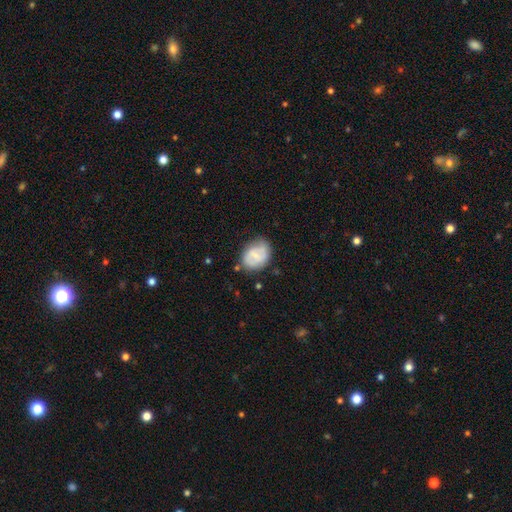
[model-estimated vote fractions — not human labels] This appears to be a smooth galaxy with no disk features (53%) that is in between round and cigar-shaped (59%). Merging: none (64%).